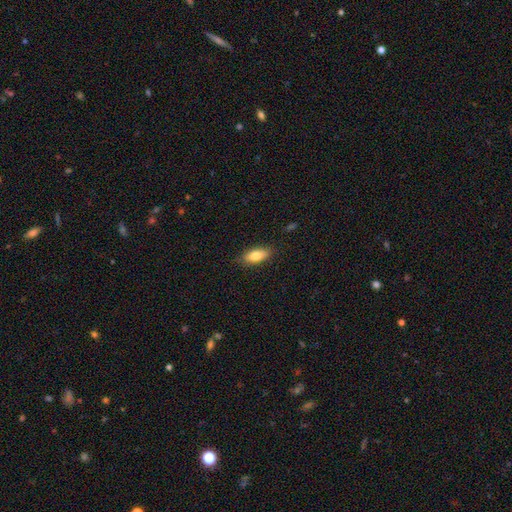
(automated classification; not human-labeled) Q: Smooth or featured?
A: smooth (79%); runner-up: featured or disk (14%)
Q: How rounded?
A: in between (82%); runner-up: cigar-shaped (15%)
Q: Merging?
A: none (84%); runner-up: minor disturbance (12%)